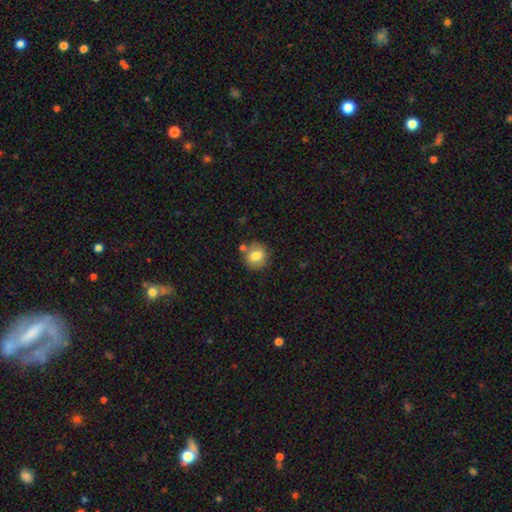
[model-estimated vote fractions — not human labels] smooth-or-featured: smooth: 77% | featured or disk: 14% | star or artifact: 9%
  how-rounded: round: 80% | in between: 19% | cigar-shaped: 1%
  merging: none: 75% | minor disturbance: 12% | merger: 9% | major disturbance: 3%